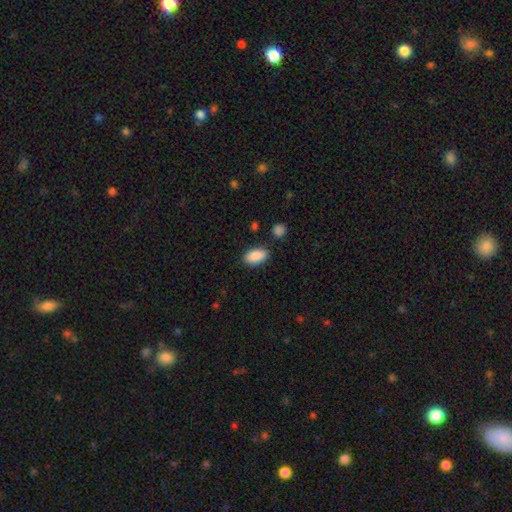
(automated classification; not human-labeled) A smooth galaxy with no disk features (90%) that is in between round and cigar-shaped (93%).

Vote fractions:
- Smooth or featured? smooth: 90% / star or artifact: 7% / featured or disk: 3%
- How rounded? in between: 93% / round: 5% / cigar-shaped: 2%
- Merging? none: 83% / minor disturbance: 11% / major disturbance: 3% / merger: 3%